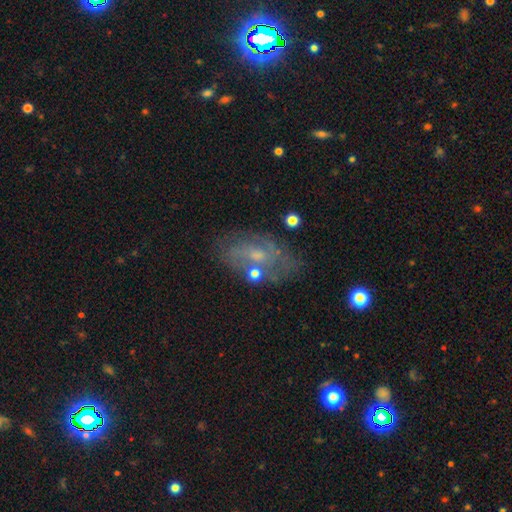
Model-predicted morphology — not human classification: Overall: featured or disk (60%; smooth 29%). Edge-on disk: no (94%). Bar: no (62%; weak 32%). Spiral arms: yes (64%; no 36%). Bulge size: small (58%; moderate 30%). Merging: none (63%).